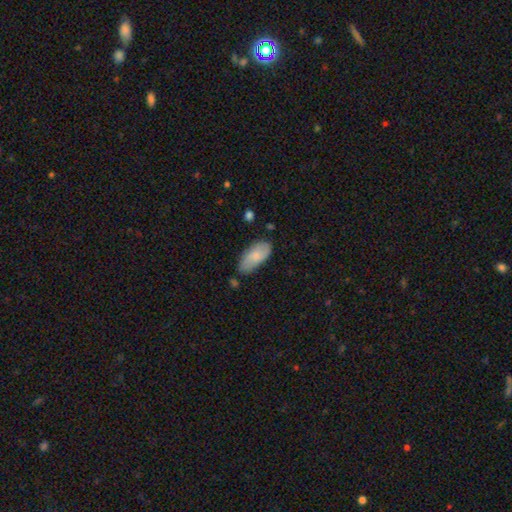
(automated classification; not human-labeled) smooth 78%, featured or disk 16%, star or artifact 6%. Down the decision tree: how rounded — in between (90%); merging — none (71%).